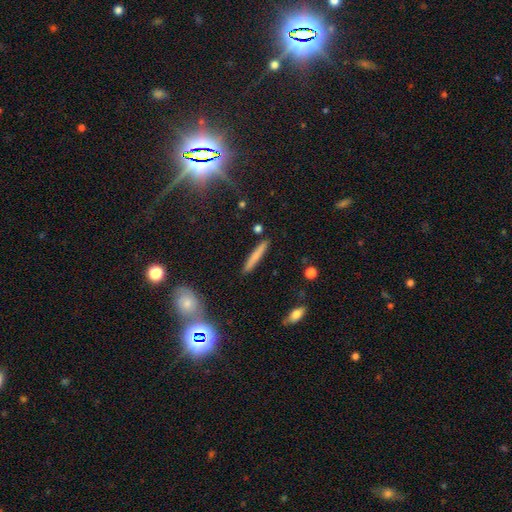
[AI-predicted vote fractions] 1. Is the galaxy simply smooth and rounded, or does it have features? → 66% smooth, 26% featured or disk, 8% star or artifact.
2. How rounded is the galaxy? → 94% cigar-shaped, 4% in between, 2% round.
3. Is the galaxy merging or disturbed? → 89% none, 7% minor disturbance, 2% merger, 2% major disturbance.